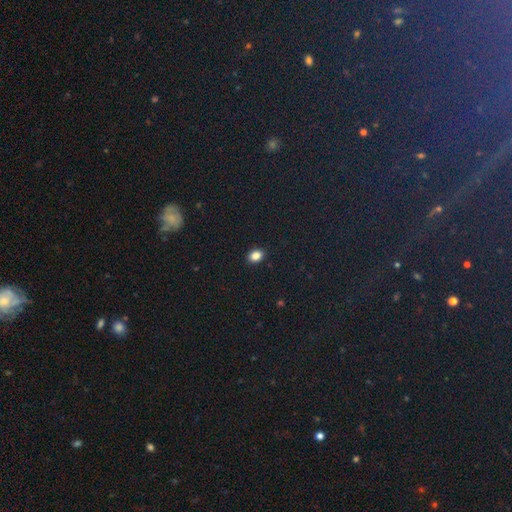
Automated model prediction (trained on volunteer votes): Q: Smooth or featured?
A: smooth (85%); runner-up: star or artifact (11%)
Q: How rounded?
A: in between (63%); runner-up: round (36%)
Q: Merging?
A: none (90%); runner-up: minor disturbance (7%)